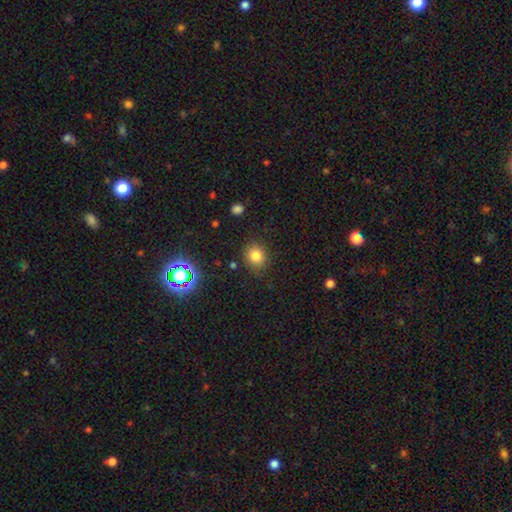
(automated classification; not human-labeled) The model was most divided on "how rounded": round: 71%, in between: 28%, cigar-shaped: 1%. More confident: merging — none (83%); smooth or featured — smooth (79%).